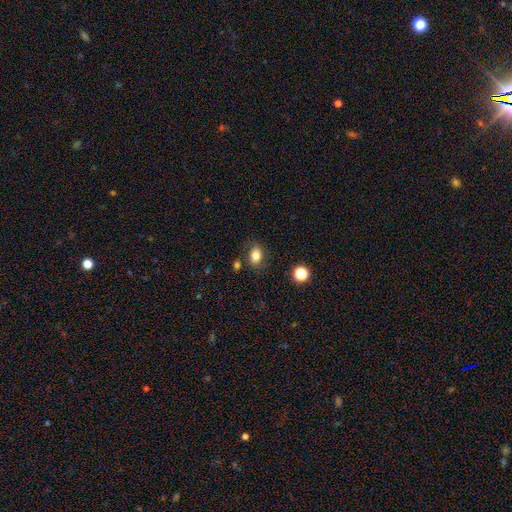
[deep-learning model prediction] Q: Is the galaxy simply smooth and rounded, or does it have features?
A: smooth — 79%.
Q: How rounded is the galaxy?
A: in between — 73%.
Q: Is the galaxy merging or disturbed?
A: none — 75%.